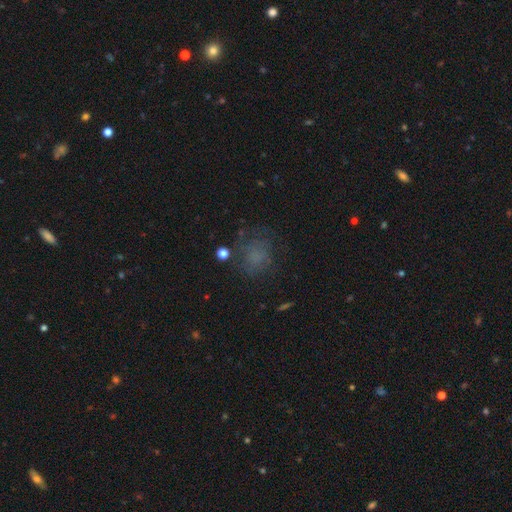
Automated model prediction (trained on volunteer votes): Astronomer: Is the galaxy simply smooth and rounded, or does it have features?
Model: smooth — 56%.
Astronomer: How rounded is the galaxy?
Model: round — 72%.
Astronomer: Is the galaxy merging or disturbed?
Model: none — 59%.